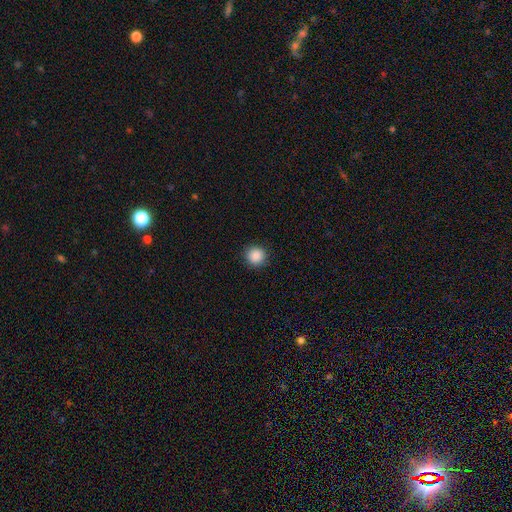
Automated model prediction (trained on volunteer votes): smooth 88%, star or artifact 9%, featured or disk 3%. Down the decision tree: how rounded — round (94%); merging — none (92%).